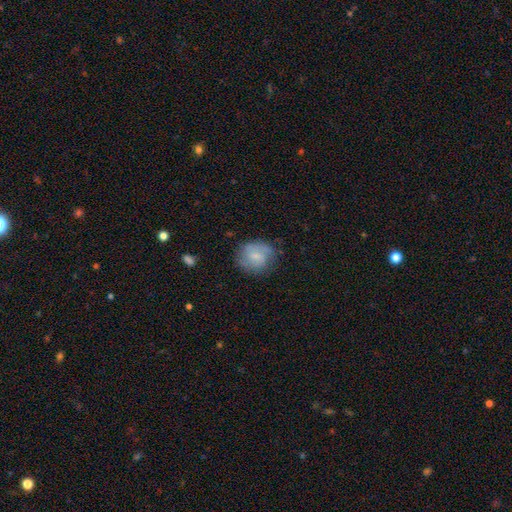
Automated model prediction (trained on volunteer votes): Smooth or featured? Predicted: smooth (p=0.63). How rounded? Predicted: round (p=0.81). Merging? Predicted: none (p=0.70).